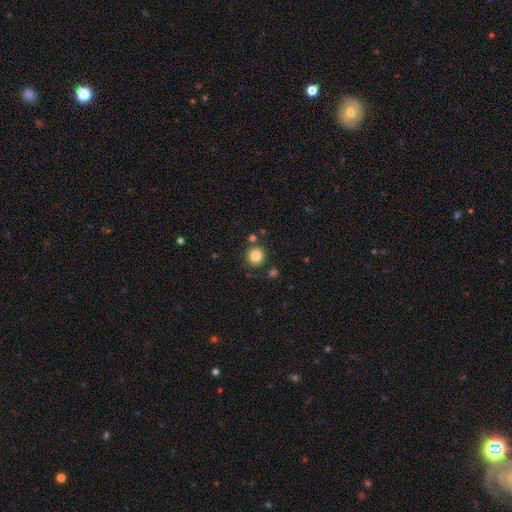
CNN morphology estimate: smooth-or-featured: smooth: 82% | star or artifact: 11% | featured or disk: 7%
  how-rounded: round: 94% | in between: 5% | cigar-shaped: 1%
  merging: none: 85% | minor disturbance: 8% | merger: 5% | major disturbance: 3%